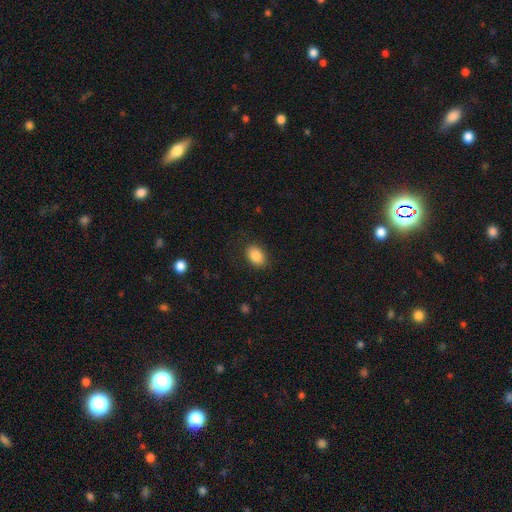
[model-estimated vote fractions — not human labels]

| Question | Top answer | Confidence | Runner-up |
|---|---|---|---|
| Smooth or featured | smooth | 86% | star or artifact (8%) |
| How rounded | in between | 80% | round (19%) |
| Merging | none | 85% | minor disturbance (11%) |